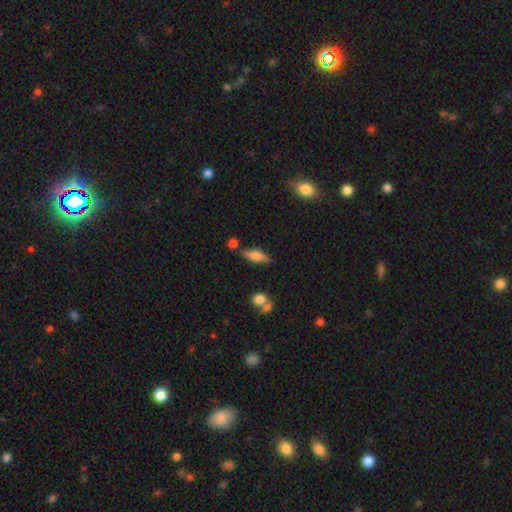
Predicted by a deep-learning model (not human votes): A smooth galaxy with no disk features (64%) that is in between round and cigar-shaped (56%). Merging: none (71%).